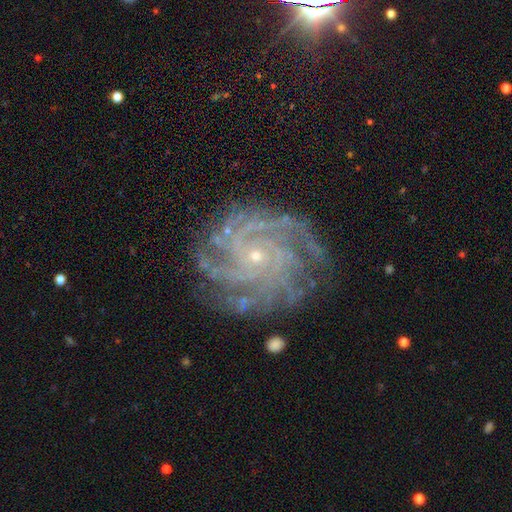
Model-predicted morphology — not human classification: Smooth or featured?
  - featured or disk: 89% *
  - star or artifact: 7%
  - smooth: 4%
Edge-on disk?
  - no: 98% *
  - yes: 2%
Bar?
  - no: 75% *
  - weak: 18%
  - strong: 7%
Spiral arms?
  - yes: 98% *
  - no: 2%
Spiral winding?
  - tight: 73% *
  - medium: 24%
  - loose: 4%
Spiral arm count?
  - more than 4: 25% * (tied)
  - 4: 25% * (tied)
  - can't tell: 17%
  - 3: 14%
  - 2: 10%
  - 1: 9%
Bulge size?
  - small: 85% *
  - moderate: 11%
  - none: 2%
  - large: 1%
  - dominant: 1%
Merging?
  - none: 80% *
  - minor disturbance: 14%
  - major disturbance: 5%
  - merger: 1%